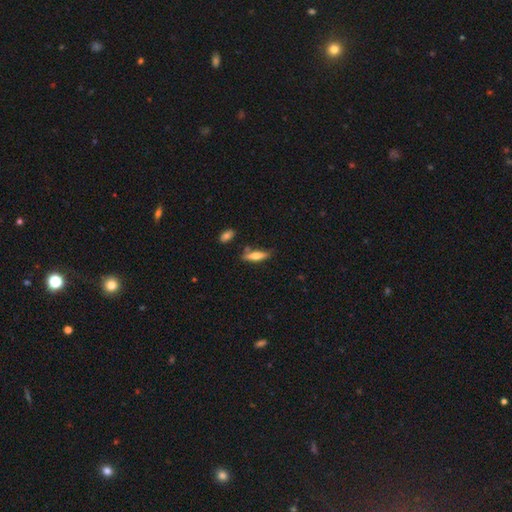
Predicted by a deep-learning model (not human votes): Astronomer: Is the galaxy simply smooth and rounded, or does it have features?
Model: smooth — 61%.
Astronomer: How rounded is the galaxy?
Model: cigar-shaped — 63%.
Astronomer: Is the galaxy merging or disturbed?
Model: none — 76%.